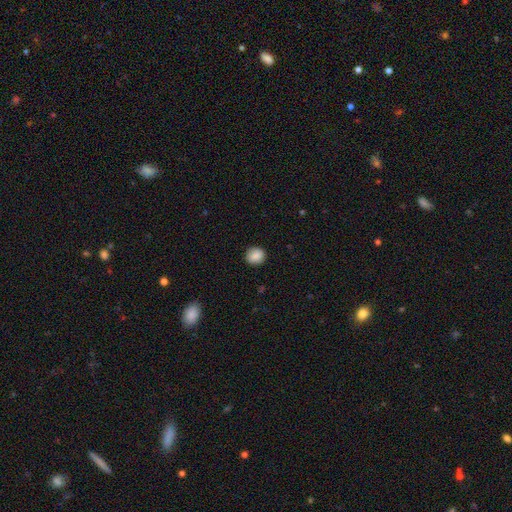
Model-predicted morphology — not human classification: Smooth or featured? Predicted: smooth (p=0.88). How rounded? Predicted: round (p=0.85). Merging? Predicted: none (p=0.88).